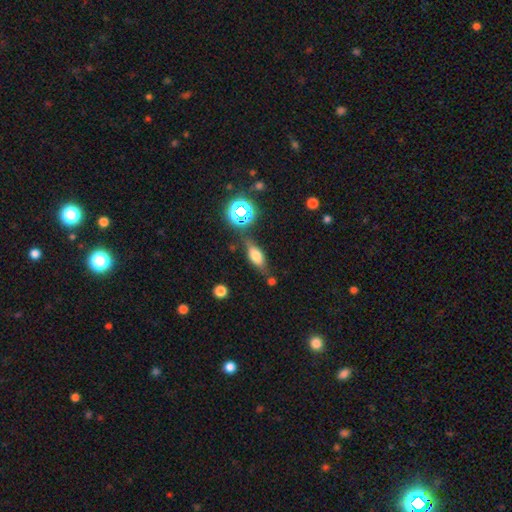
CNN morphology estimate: Q: Smooth or featured?
A: smooth (57%); runner-up: featured or disk (29%)
Q: How rounded?
A: in between (69%); runner-up: cigar-shaped (24%)
Q: Merging?
A: none (70%); runner-up: minor disturbance (18%)